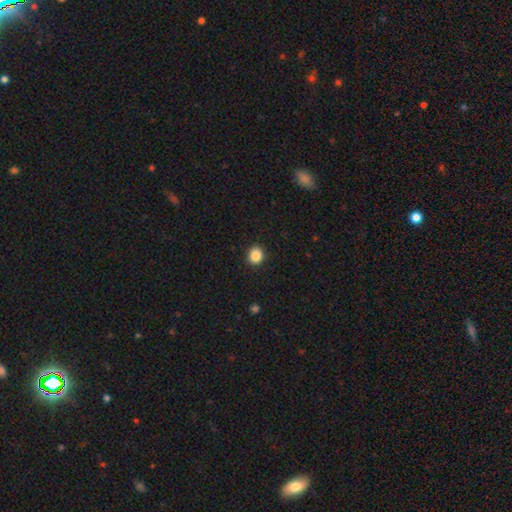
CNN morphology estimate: Overall: smooth (87%). How rounded: round (77%). Merging: none (91%).